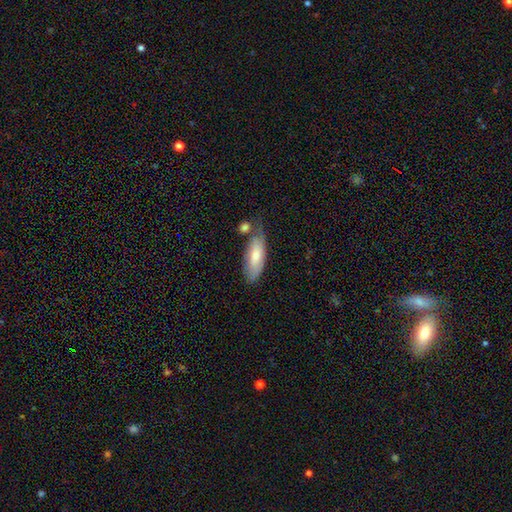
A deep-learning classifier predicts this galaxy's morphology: Overall: smooth (70%). How rounded: in between (70%). Merging: none (48%; minor disturbance 26%).